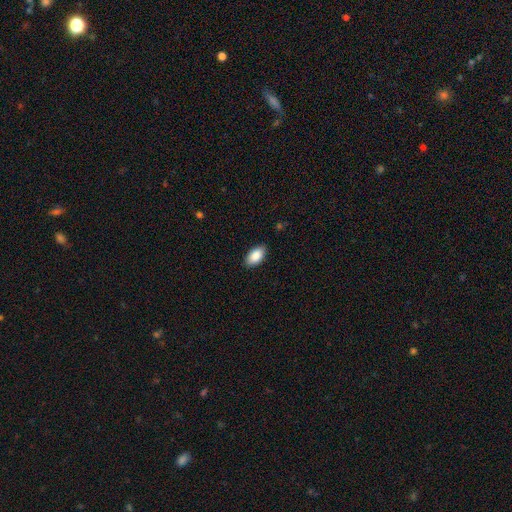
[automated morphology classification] Q: Smooth or featured?
A: smooth (89%); runner-up: star or artifact (7%)
Q: How rounded?
A: in between (94%); runner-up: round (3%)
Q: Merging?
A: none (87%); runner-up: minor disturbance (10%)